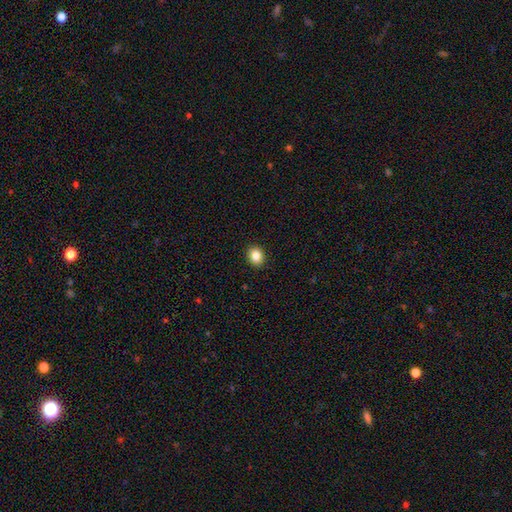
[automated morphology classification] smooth 86%, star or artifact 10%, featured or disk 5%. Down the decision tree: how rounded — round (56%); merging — none (92%).